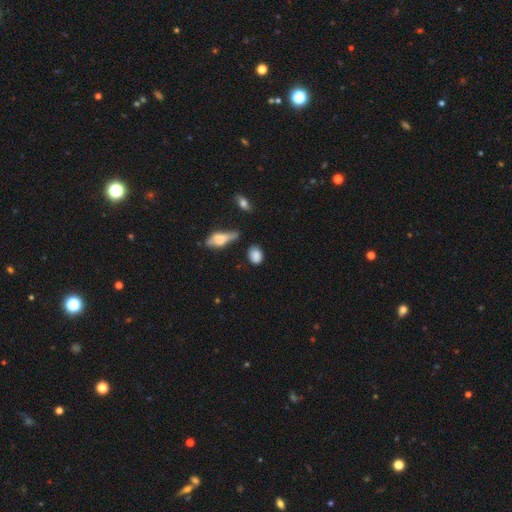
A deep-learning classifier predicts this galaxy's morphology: A smooth galaxy with no disk features (85%) that is in between round and cigar-shaped (74%).

Vote fractions:
- Smooth or featured? smooth: 85% / star or artifact: 9% / featured or disk: 7%
- How rounded? in between: 74% / round: 23% / cigar-shaped: 3%
- Merging? none: 63% / minor disturbance: 22% / merger: 7% / major disturbance: 7%